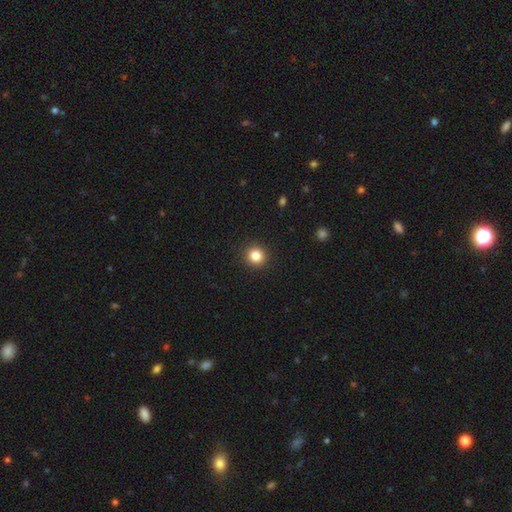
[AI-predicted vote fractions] smooth_or_featured: smooth (p=0.84) [alt: star or artifact p=0.11]
how_rounded: round (p=0.92) [alt: in between p=0.07]
merging: none (p=0.92) [alt: minor disturbance p=0.05]